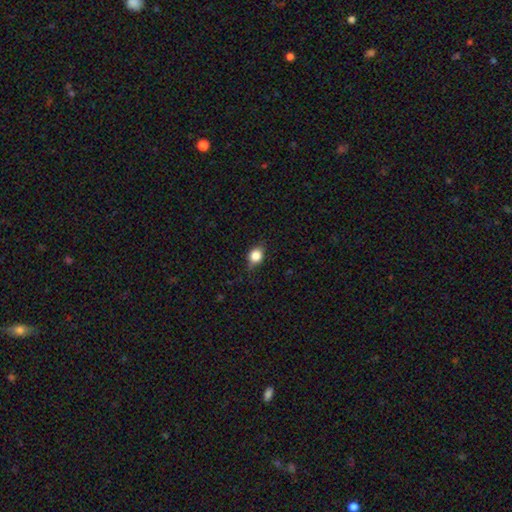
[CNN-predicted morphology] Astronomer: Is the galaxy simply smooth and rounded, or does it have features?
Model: smooth — 78%.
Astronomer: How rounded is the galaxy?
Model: round — 55% (runner-up: in between, 43%).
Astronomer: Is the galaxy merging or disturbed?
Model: none — 74%.